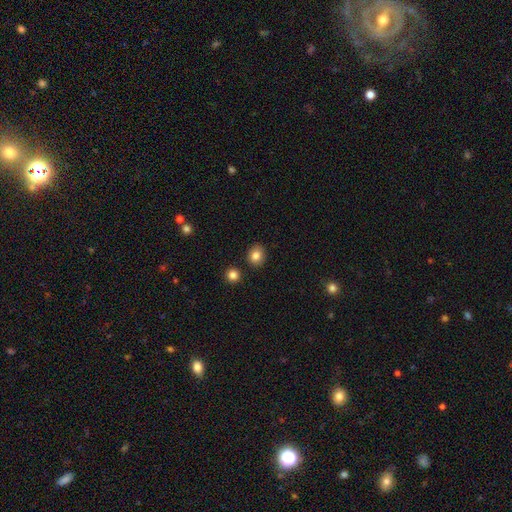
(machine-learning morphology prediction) Smooth or featured? Predicted: smooth (p=0.84). How rounded? Predicted: round (p=0.72). Merging? Predicted: none (p=0.86).